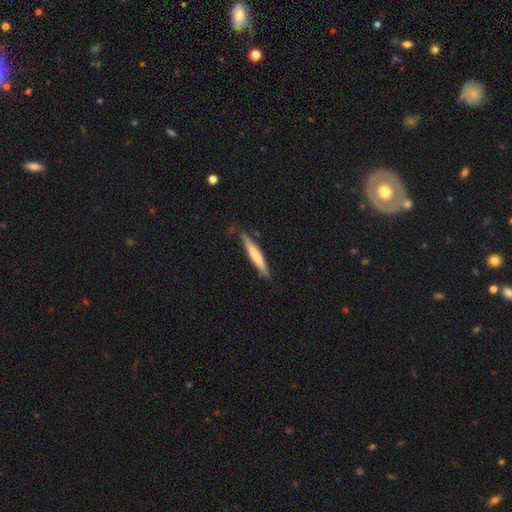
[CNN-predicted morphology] A smooth galaxy with no disk features (56%) that is cigar-shaped (94%). Merging: none (78%).